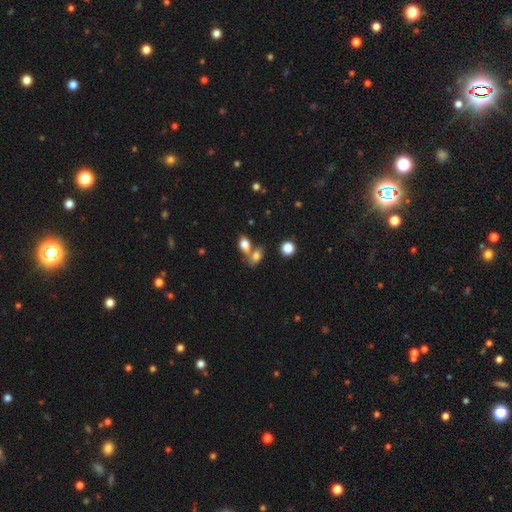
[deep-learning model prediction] smooth 77%, star or artifact 12%, featured or disk 11%. Down the decision tree: how rounded — in between (78%); merging — merger (50%).